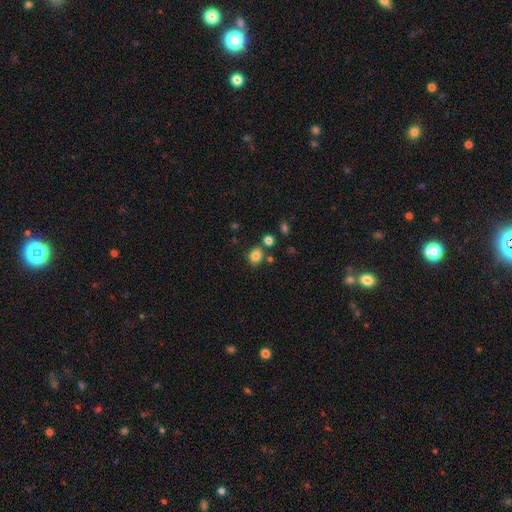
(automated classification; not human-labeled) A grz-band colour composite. It shows a smooth galaxy with no disk features (83%) that is round (60%). Merging: none (75%).